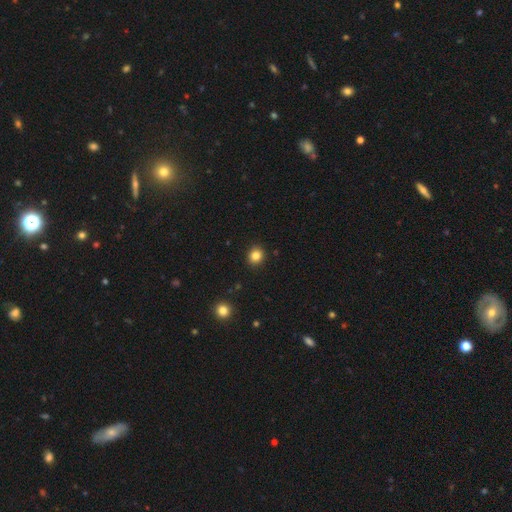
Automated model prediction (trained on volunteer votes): smooth-or-featured: smooth: 83% | star or artifact: 12% | featured or disk: 5%
  how-rounded: round: 80% | in between: 19% | cigar-shaped: 1%
  merging: none: 91% | minor disturbance: 6% | major disturbance: 2% | merger: 1%